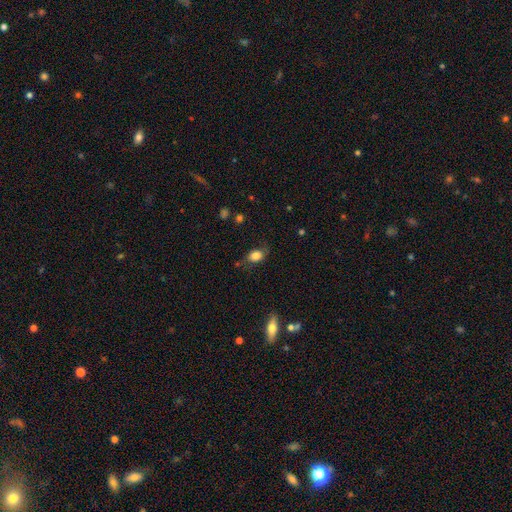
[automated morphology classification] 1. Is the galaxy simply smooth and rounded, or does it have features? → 79% smooth, 12% featured or disk, 9% star or artifact.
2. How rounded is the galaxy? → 69% in between, 29% round, 2% cigar-shaped.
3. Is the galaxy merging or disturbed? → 65% none, 23% minor disturbance, 10% major disturbance, 2% merger.